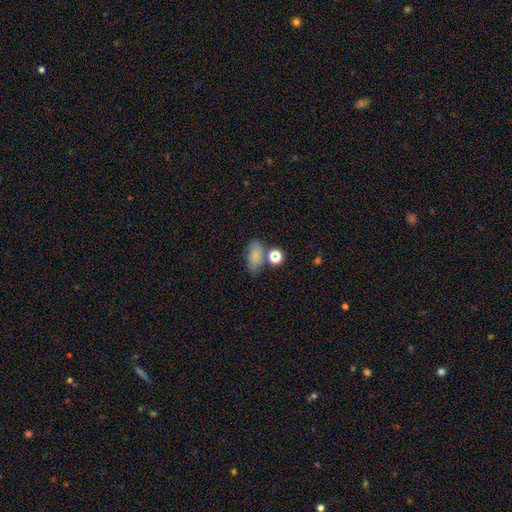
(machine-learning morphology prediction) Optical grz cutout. It shows a smooth galaxy with no disk features (73%) that is in between round and cigar-shaped (83%). Merging: none (57%).